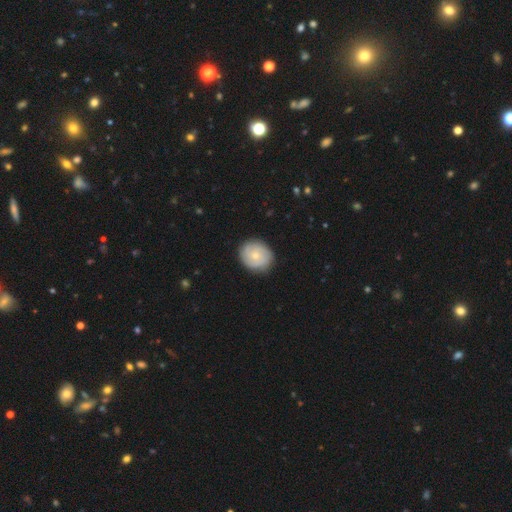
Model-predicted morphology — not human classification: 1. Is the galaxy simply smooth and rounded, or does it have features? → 51% featured or disk, 43% smooth, 6% star or artifact.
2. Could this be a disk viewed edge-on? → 97% no, 3% yes.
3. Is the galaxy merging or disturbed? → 85% none, 11% minor disturbance, 3% major disturbance, 1% merger.